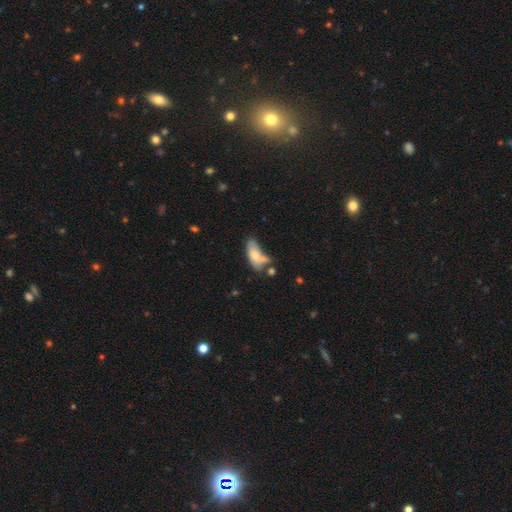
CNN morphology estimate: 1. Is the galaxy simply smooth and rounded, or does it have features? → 67% smooth, 26% featured or disk, 7% star or artifact.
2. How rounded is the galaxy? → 78% in between, 20% cigar-shaped, 3% round.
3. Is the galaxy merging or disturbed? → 37% none, 28% merger, 23% minor disturbance, 11% major disturbance.